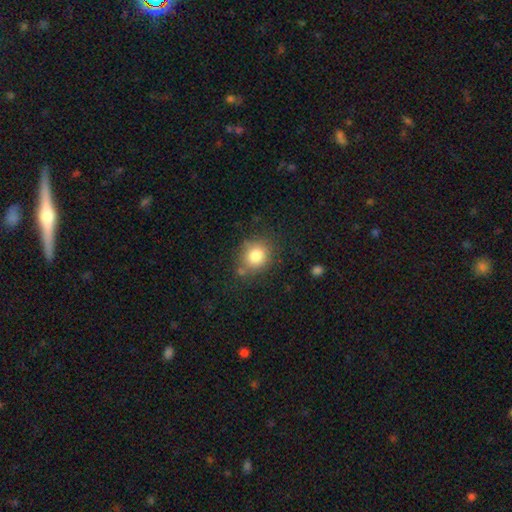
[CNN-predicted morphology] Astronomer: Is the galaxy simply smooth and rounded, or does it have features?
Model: smooth — 82%.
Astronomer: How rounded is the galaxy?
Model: round — 77%.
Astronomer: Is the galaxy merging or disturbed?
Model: none — 71%.